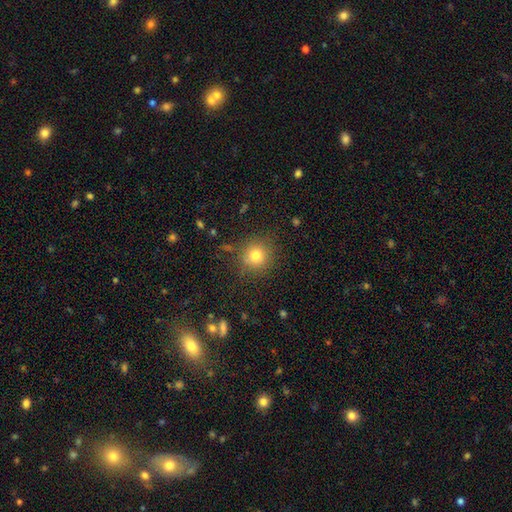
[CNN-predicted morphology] This appears to be a smooth galaxy with no disk features (77%) that is round (92%). Merging: none (85%).